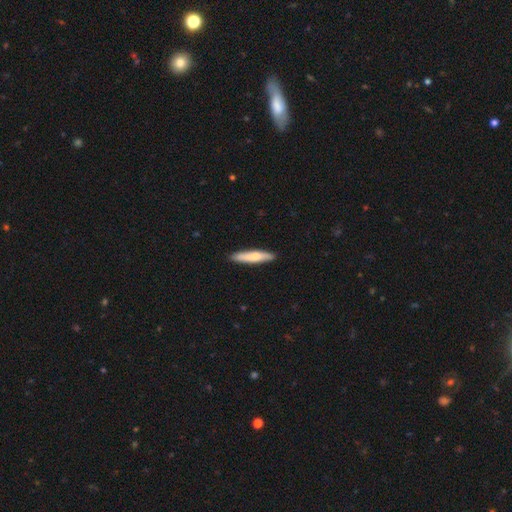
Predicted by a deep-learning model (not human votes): This appears to be a smooth galaxy with no disk features (63%) that is cigar-shaped (88%). Merging: none (90%).